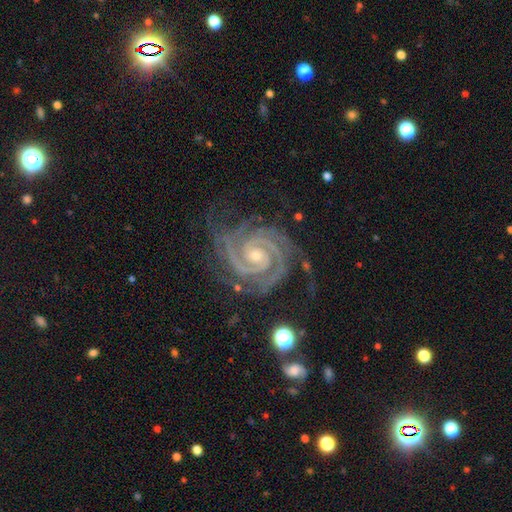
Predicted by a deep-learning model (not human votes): This is clearly a featured or disk galaxy (94%). It is clearly not viewed edge-on (98%). Bar: likely no (62%). Spiral arm pattern: clearly yes (99%). Spiral arm count: likely 2 (65%). Spiral winding: clearly tight (83%). Central bulge: likely small (65%). Merging: likely none (70%).